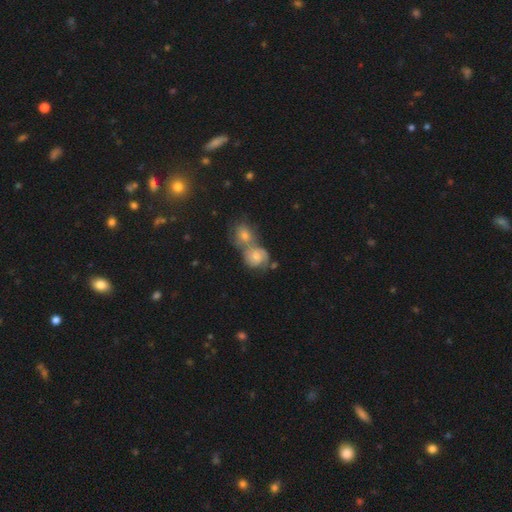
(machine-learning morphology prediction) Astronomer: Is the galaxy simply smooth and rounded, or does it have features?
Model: featured or disk — 42% (runner-up: smooth, 41%).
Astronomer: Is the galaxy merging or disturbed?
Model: merger — 52% (runner-up: none, 34%).